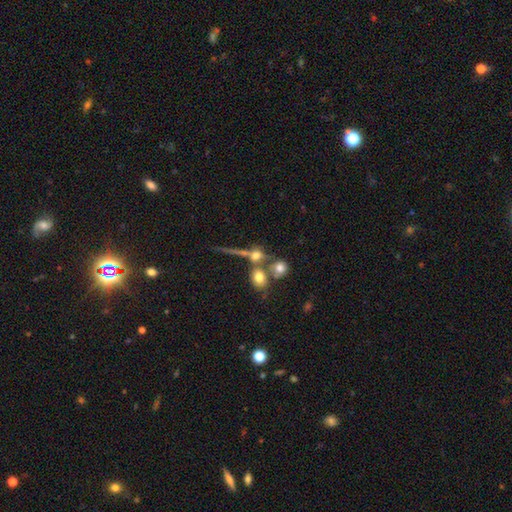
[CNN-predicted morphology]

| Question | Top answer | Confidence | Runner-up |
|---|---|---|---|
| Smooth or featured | smooth | 57% | featured or disk (27%) |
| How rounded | round | 57% | in between (32%) |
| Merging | merger | 44% | none (37%) |